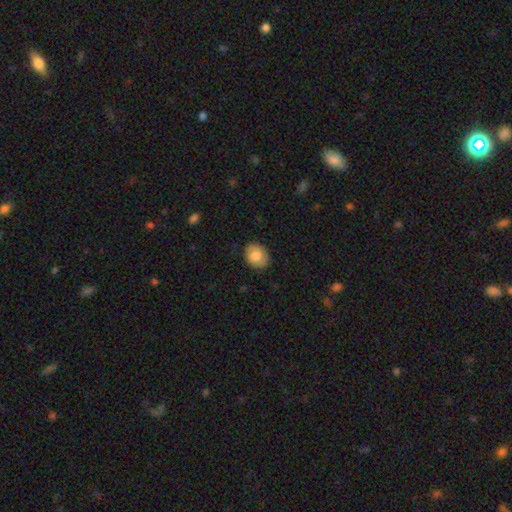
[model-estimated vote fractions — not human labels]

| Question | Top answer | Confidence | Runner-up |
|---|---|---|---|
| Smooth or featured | smooth | 81% | featured or disk (12%) |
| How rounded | in between | 51% | round (48%) |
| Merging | none | 84% | minor disturbance (12%) |